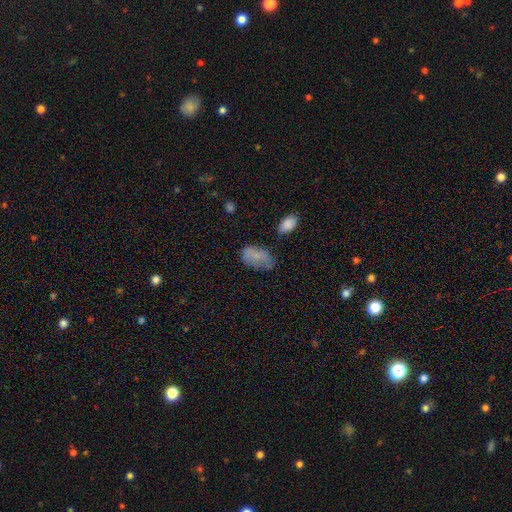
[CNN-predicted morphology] smooth 70%, featured or disk 19%, star or artifact 10%. Down the decision tree: how rounded — in between (92%); merging — none (41%).